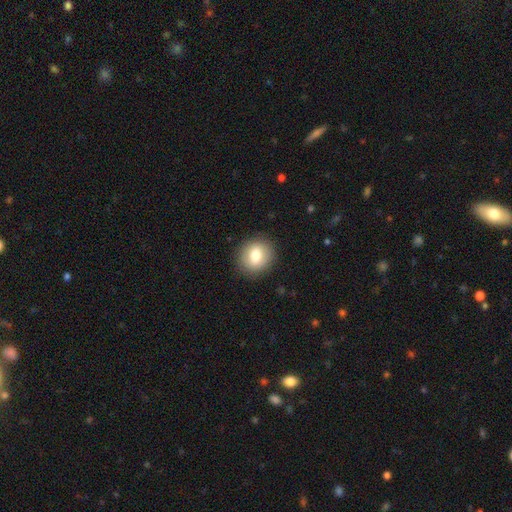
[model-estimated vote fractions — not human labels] Smooth or featured?
  - smooth: 76% *
  - featured or disk: 16%
  - star or artifact: 8%
How rounded?
  - round: 77% *
  - in between: 22%
  - cigar-shaped: 1%
Merging?
  - none: 89% *
  - minor disturbance: 8%
  - major disturbance: 3%
  - merger: 1%